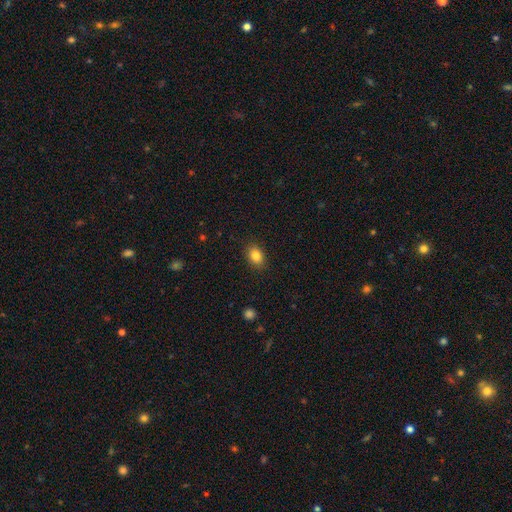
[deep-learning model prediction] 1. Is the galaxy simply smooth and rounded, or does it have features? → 84% smooth, 9% star or artifact, 6% featured or disk.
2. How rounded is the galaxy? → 73% in between, 26% round, 1% cigar-shaped.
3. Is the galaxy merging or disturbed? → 88% none, 9% minor disturbance, 2% major disturbance, 1% merger.